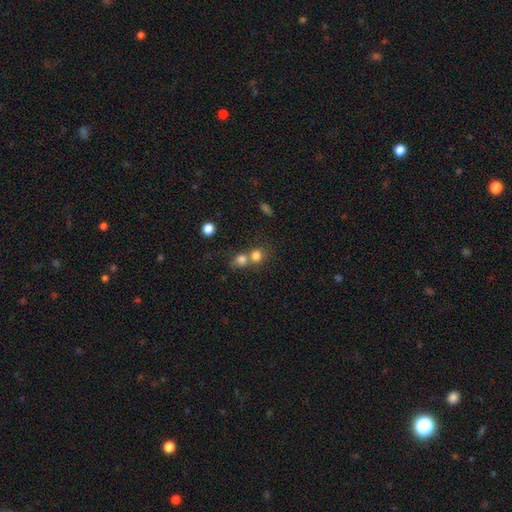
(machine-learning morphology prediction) The model was most divided on "merging": merger: 51%, none: 38%, minor disturbance: 7%, major disturbance: 4%. More confident: how rounded — round (79%); smooth or featured — smooth (78%).